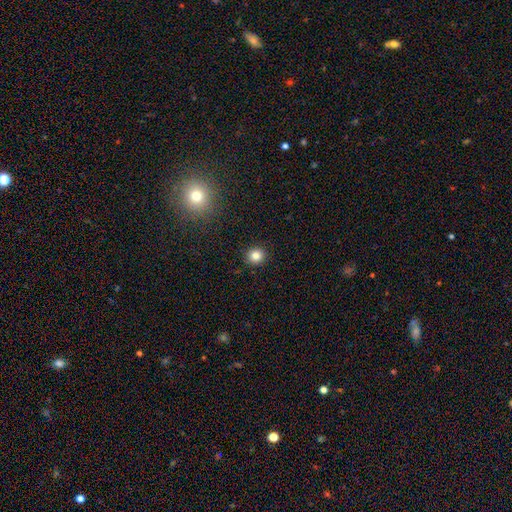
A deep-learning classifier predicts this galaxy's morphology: A smooth galaxy with no disk features (81%) that is round (89%).

Vote fractions:
- Smooth or featured? smooth: 81% / star or artifact: 12% / featured or disk: 6%
- How rounded? round: 89% / in between: 10% / cigar-shaped: 1%
- Merging? none: 92% / minor disturbance: 5% / major disturbance: 2% / merger: 1%